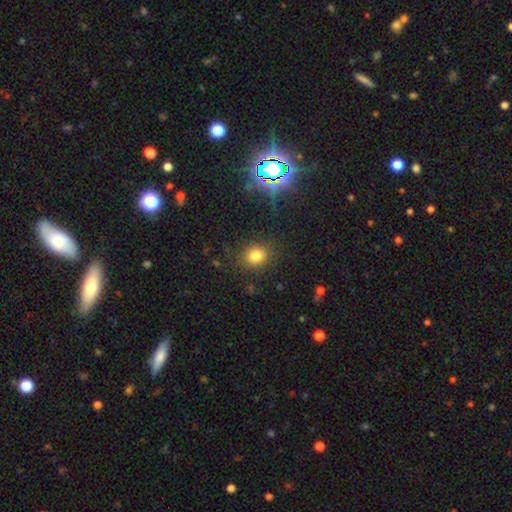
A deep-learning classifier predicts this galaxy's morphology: A smooth galaxy with no disk features (80%) that is round (59%). Merging: none (83%).